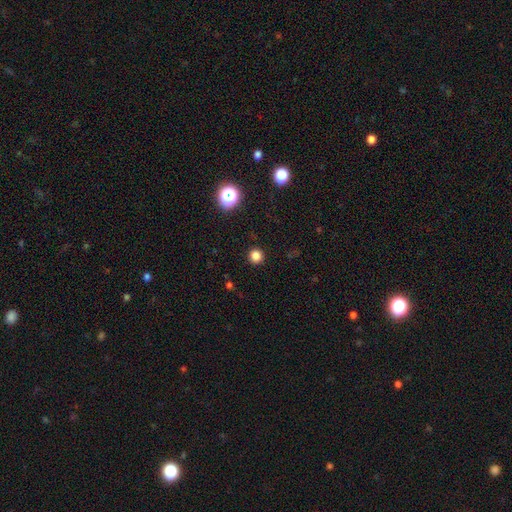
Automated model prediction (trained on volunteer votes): Smooth or featured: smooth — 82% (star or artifact — 14%)
How rounded: round — 94% (in between — 5%)
Merging: none — 92% (minor disturbance — 5%)